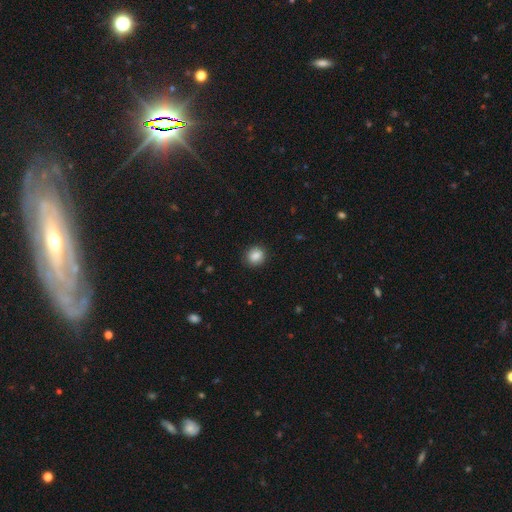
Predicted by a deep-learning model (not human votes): Overall: smooth (87%). How rounded: round (81%). Merging: none (90%).